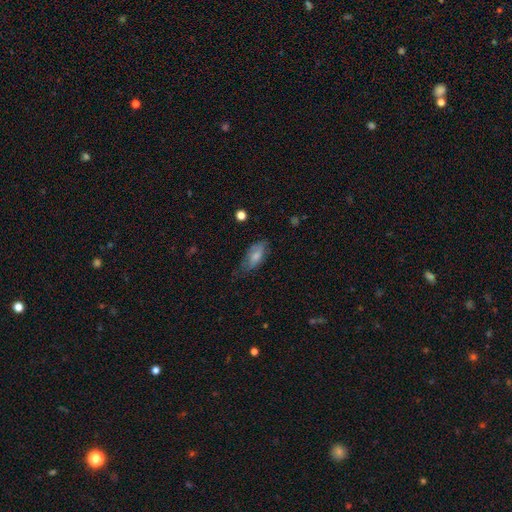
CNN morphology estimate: Smooth or featured? smooth (70%)
How rounded? in between (87%)
Merging? none (55%)